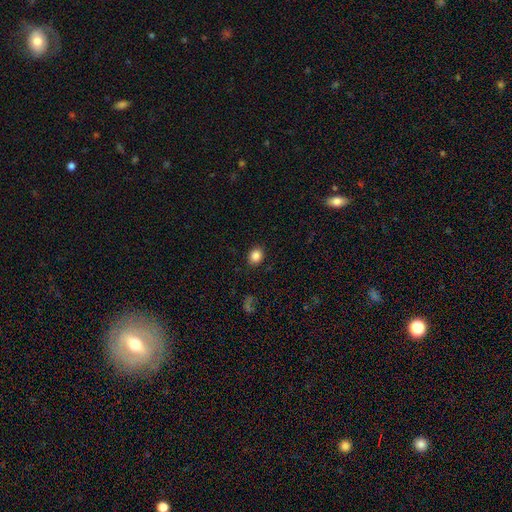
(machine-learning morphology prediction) smooth_or_featured: smooth (p=0.86) [alt: star or artifact p=0.10]
how_rounded: round (p=0.55) [alt: in between p=0.44]
merging: none (p=0.88) [alt: minor disturbance p=0.08]